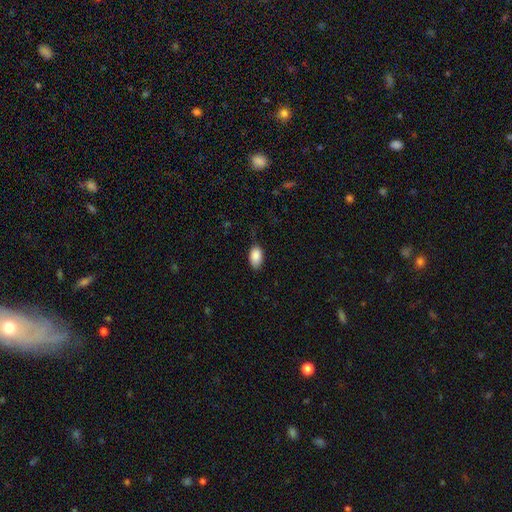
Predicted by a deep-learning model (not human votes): Smooth or featured?
  - smooth: 88% *
  - star or artifact: 7%
  - featured or disk: 5%
How rounded?
  - in between: 93% *
  - round: 5%
  - cigar-shaped: 2%
Merging?
  - none: 74% *
  - minor disturbance: 21%
  - major disturbance: 4%
  - merger: 1%